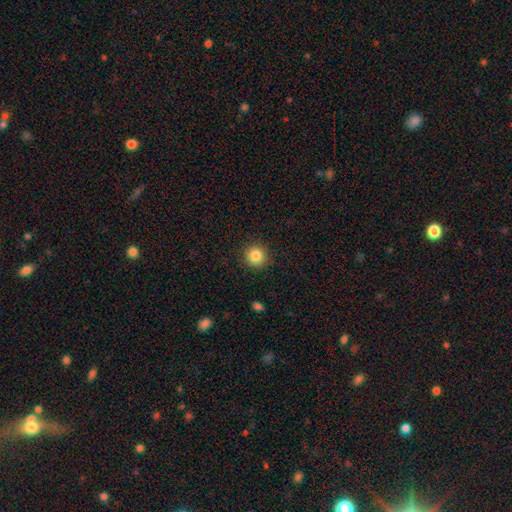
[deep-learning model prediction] Q: Smooth or featured?
A: smooth (85%); runner-up: star or artifact (10%)
Q: How rounded?
A: round (94%); runner-up: in between (5%)
Q: Merging?
A: none (91%); runner-up: minor disturbance (6%)